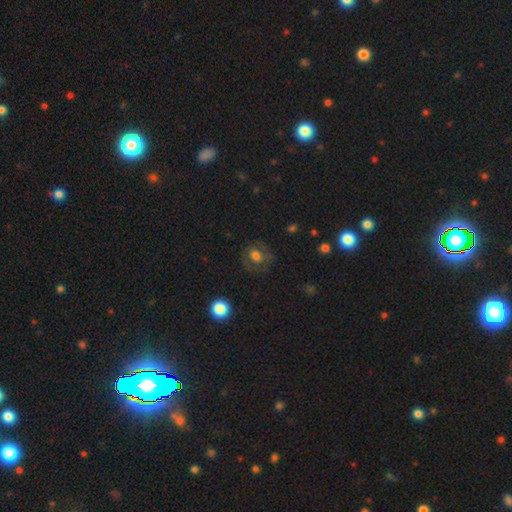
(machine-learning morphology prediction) Q: Smooth or featured?
A: smooth (53%); runner-up: featured or disk (34%)
Q: How rounded?
A: round (66%); runner-up: in between (33%)
Q: Merging?
A: none (68%); runner-up: minor disturbance (17%)